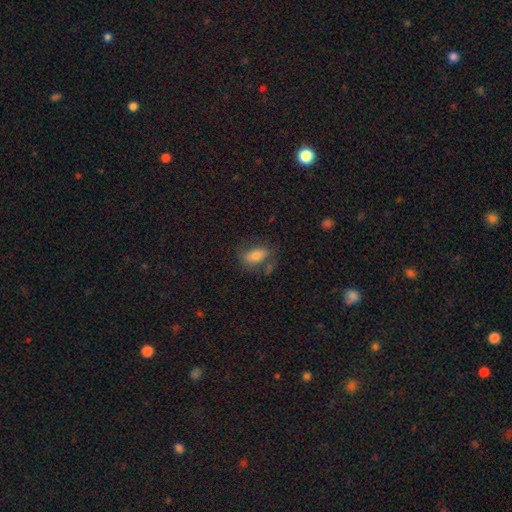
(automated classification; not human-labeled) The model was most divided on "merging": none: 59%, minor disturbance: 22%, major disturbance: 12%, merger: 7%. More confident: how rounded — in between (85%); smooth or featured — smooth (71%).